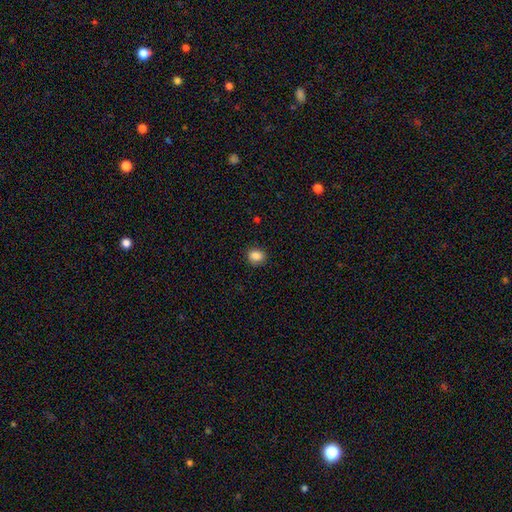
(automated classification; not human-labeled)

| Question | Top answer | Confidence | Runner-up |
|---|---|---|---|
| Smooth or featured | smooth | 86% | star or artifact (10%) |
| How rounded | round | 61% | in between (38%) |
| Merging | none | 85% | minor disturbance (11%) |